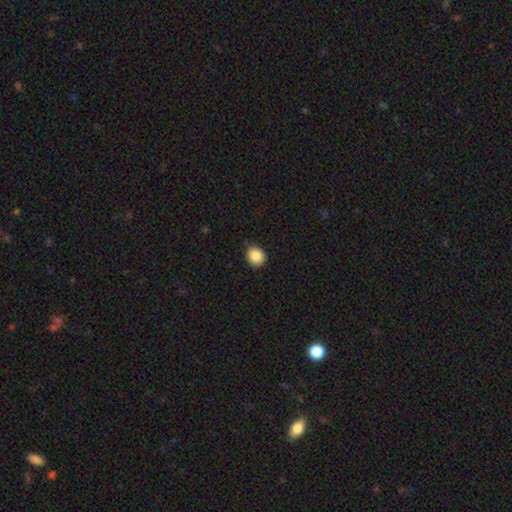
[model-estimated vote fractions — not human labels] A smooth galaxy with no disk features (87%) that is round (83%).

Vote fractions:
- Smooth or featured? smooth: 87% / star or artifact: 9% / featured or disk: 4%
- How rounded? round: 83% / in between: 16% / cigar-shaped: 1%
- Merging? none: 87% / minor disturbance: 10% / major disturbance: 2% / merger: 1%